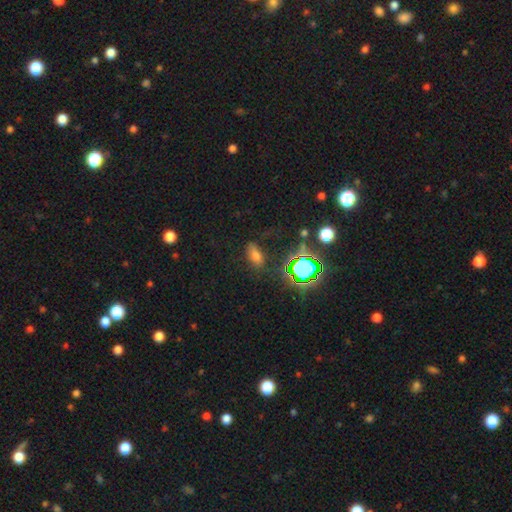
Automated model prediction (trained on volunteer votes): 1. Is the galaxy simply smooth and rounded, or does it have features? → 60% smooth, 29% star or artifact, 11% featured or disk.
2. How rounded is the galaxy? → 81% in between, 10% cigar-shaped, 9% round.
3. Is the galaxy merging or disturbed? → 75% none, 15% minor disturbance, 6% major disturbance, 3% merger.